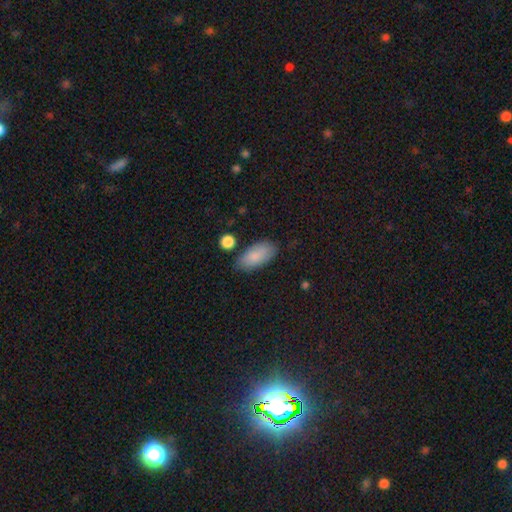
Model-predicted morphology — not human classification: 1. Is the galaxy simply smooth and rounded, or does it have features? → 84% smooth, 10% featured or disk, 6% star or artifact.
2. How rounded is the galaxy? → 92% in between, 5% cigar-shaped, 3% round.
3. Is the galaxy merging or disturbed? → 76% none, 17% minor disturbance, 4% merger, 4% major disturbance.